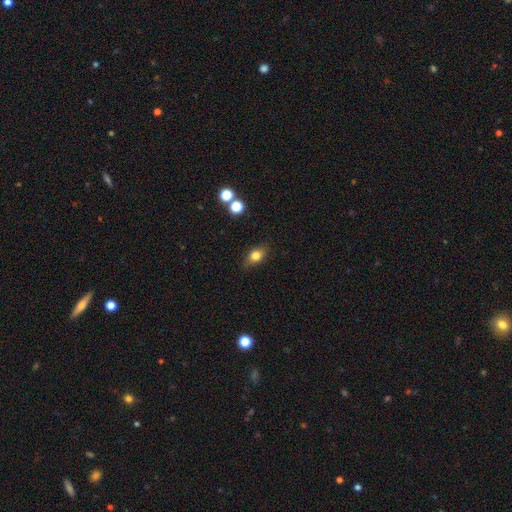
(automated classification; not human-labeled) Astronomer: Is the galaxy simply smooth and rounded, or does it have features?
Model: smooth — 80%.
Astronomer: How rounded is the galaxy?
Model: in between — 72%.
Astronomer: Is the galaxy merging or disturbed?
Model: none — 81%.